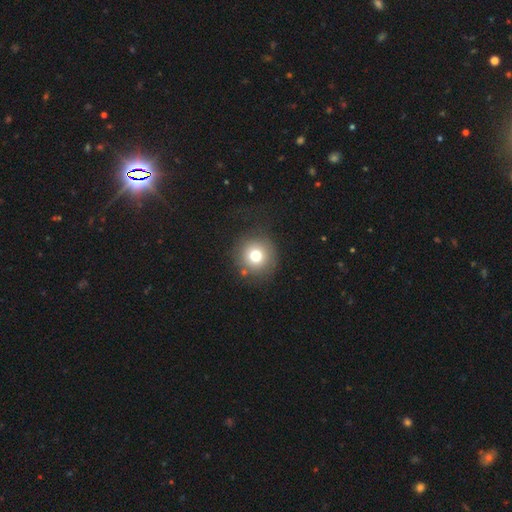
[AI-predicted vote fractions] Smooth or featured?
  - smooth: 74% *
  - featured or disk: 13%
  - star or artifact: 12%
How rounded?
  - round: 94% *
  - in between: 5%
  - cigar-shaped: 1%
Merging?
  - none: 79% *
  - minor disturbance: 11%
  - major disturbance: 7%
  - merger: 3%